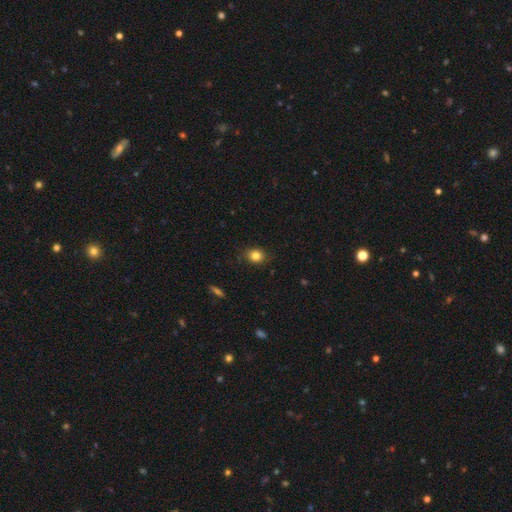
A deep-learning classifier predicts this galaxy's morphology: type=smooth (83%); roundness=round (56%); merging=none (83%).